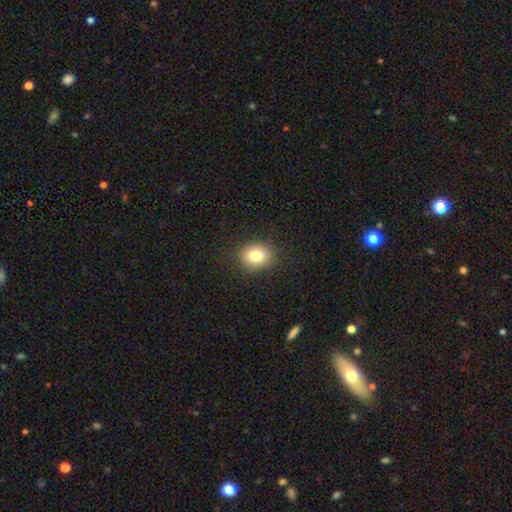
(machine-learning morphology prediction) The model was most divided on "how rounded": in between: 58%, round: 41%, cigar-shaped: 1%. More confident: merging — none (86%); smooth or featured — smooth (80%).